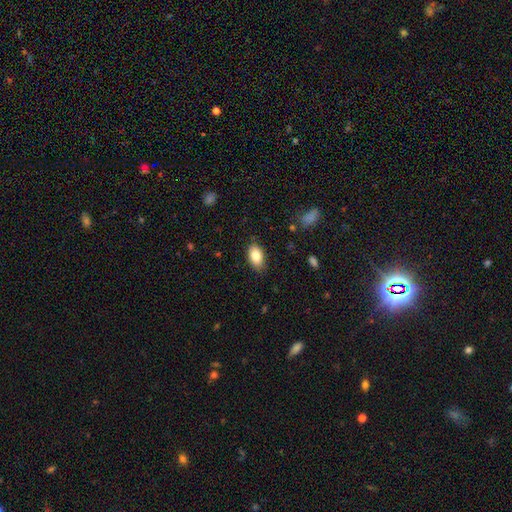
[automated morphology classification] type=smooth (84%); roundness=in between (92%); merging=none (84%).